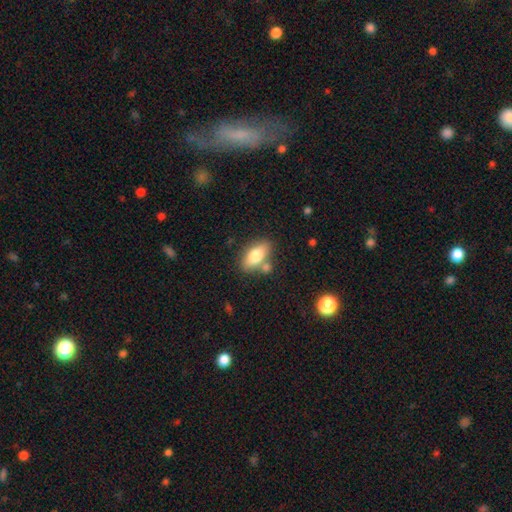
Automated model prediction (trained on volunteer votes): Smooth or featured? smooth (74%)
How rounded? in between (87%)
Merging? none (70%)